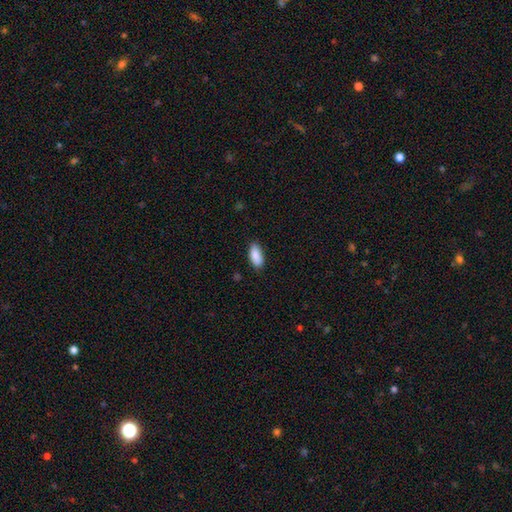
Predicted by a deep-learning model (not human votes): Overall: smooth (90%). How rounded: in between (88%). Merging: none (84%).